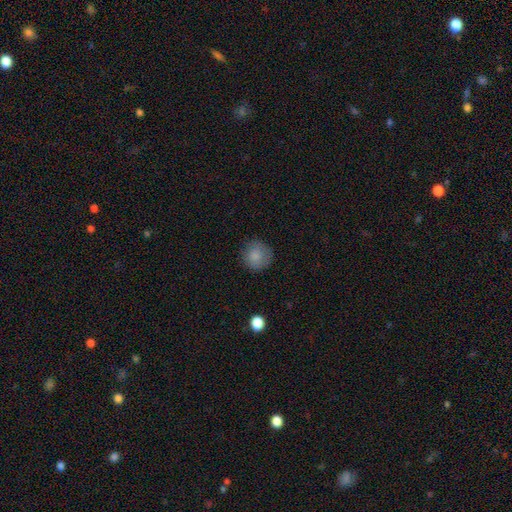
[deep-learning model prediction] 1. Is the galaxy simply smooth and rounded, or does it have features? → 84% smooth, 9% star or artifact, 7% featured or disk.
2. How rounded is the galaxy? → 93% round, 6% in between, 1% cigar-shaped.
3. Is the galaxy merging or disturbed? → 83% none, 13% minor disturbance, 3% major disturbance, 1% merger.